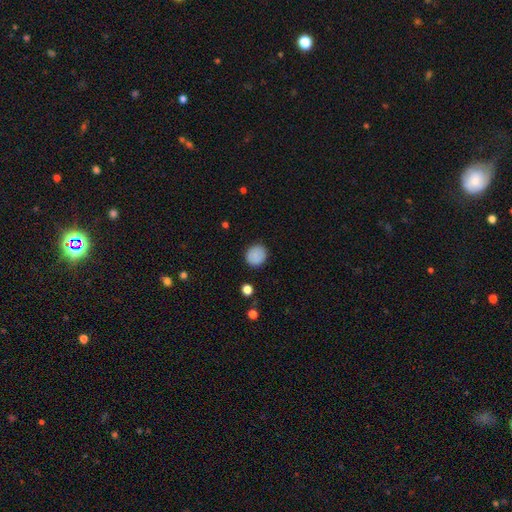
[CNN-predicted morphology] Q: Smooth or featured?
A: smooth (87%); runner-up: star or artifact (8%)
Q: How rounded?
A: round (87%); runner-up: in between (13%)
Q: Merging?
A: none (88%); runner-up: minor disturbance (8%)